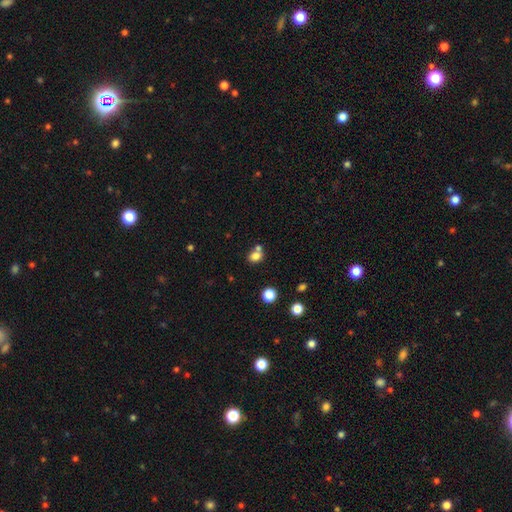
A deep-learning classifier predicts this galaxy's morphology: smooth_or_featured: smooth (p=0.79) [alt: star or artifact p=0.13]
how_rounded: round (p=0.57) [alt: in between p=0.42]
merging: none (p=0.51) [alt: merger p=0.35]